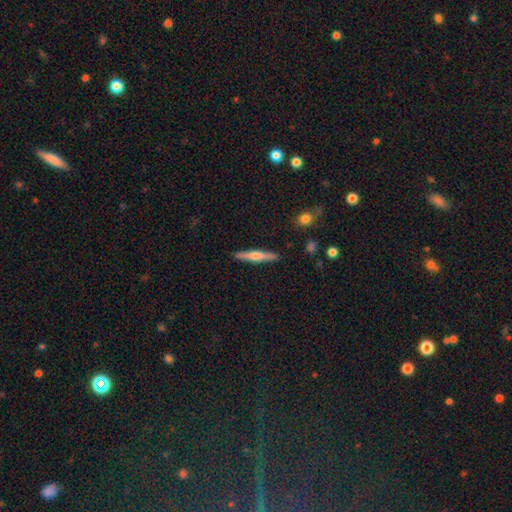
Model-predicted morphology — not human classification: This appears to be a featured or disk galaxy (60%) viewed edge-on (97%) with a rounded central bulge (87%). Merging: none (91%).